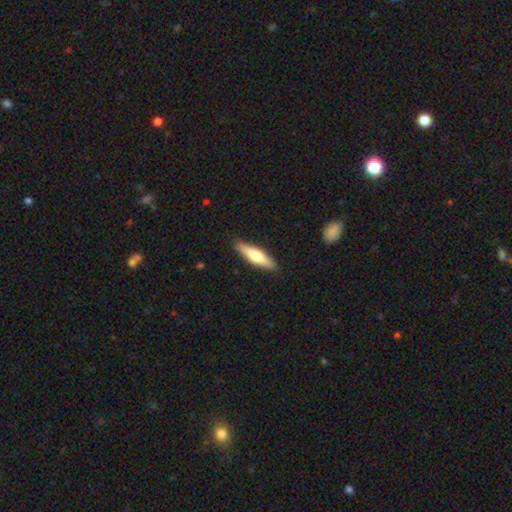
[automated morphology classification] smooth 57%, featured or disk 38%, star or artifact 5%. Down the decision tree: how rounded — cigar-shaped (71%); merging — none (88%).